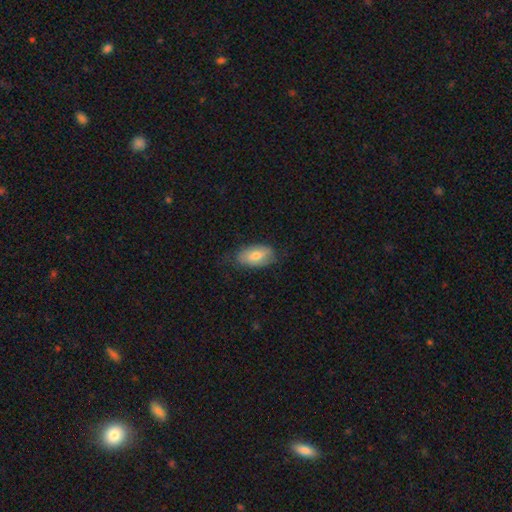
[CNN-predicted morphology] Smooth or featured? smooth (74%)
How rounded? in between (93%)
Merging? none (70%)